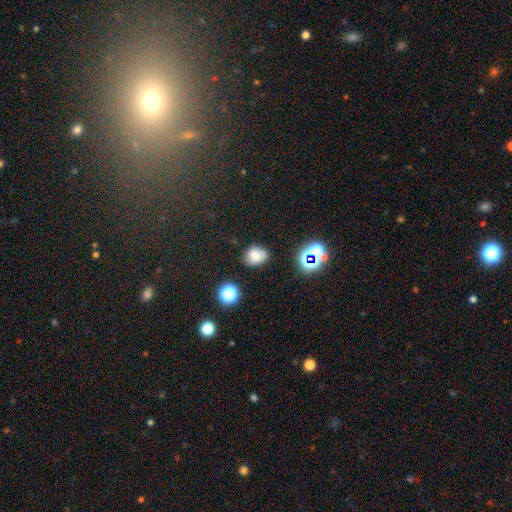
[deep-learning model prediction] Smooth or featured?
  - smooth: 72% *
  - star or artifact: 17%
  - featured or disk: 11%
How rounded?
  - in between: 58% *
  - round: 41%
  - cigar-shaped: 1%
Merging?
  - none: 72% *
  - minor disturbance: 19%
  - major disturbance: 5%
  - merger: 4%